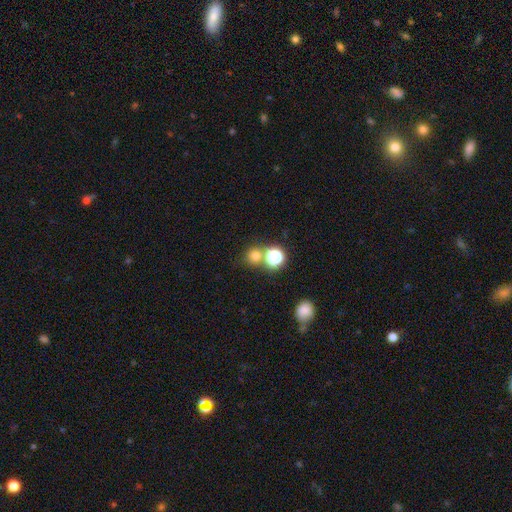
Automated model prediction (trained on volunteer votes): smooth_or_featured: smooth (p=0.72) [alt: star or artifact p=0.22]
how_rounded: round (p=0.88) [alt: in between p=0.11]
merging: none (p=0.65) [alt: merger p=0.24]